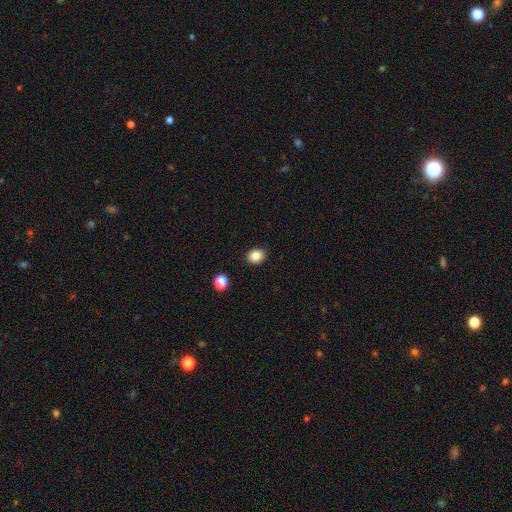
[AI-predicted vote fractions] Morphology: type=smooth (84%); roundness=round (54%); merging=none (87%).